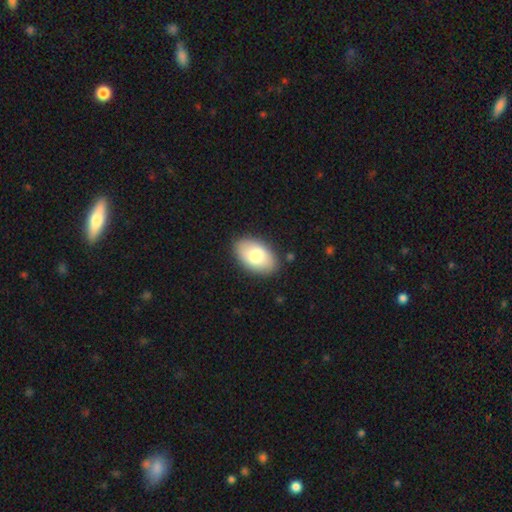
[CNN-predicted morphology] Q: Smooth or featured?
A: smooth (79%); runner-up: featured or disk (15%)
Q: How rounded?
A: in between (93%); runner-up: round (6%)
Q: Merging?
A: none (86%); runner-up: minor disturbance (10%)